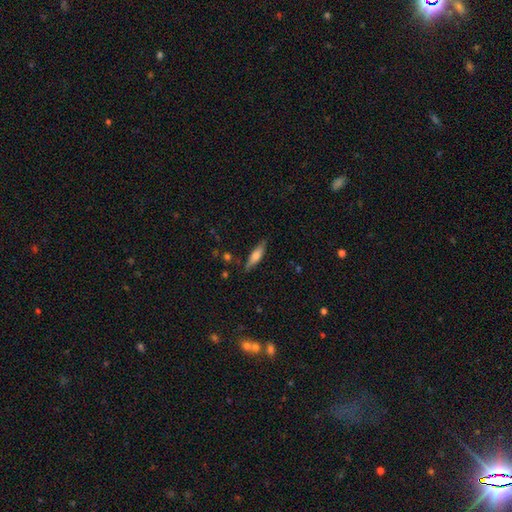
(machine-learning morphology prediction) Smooth or featured? smooth (59%)
How rounded? cigar-shaped (69%)
Merging? none (82%)